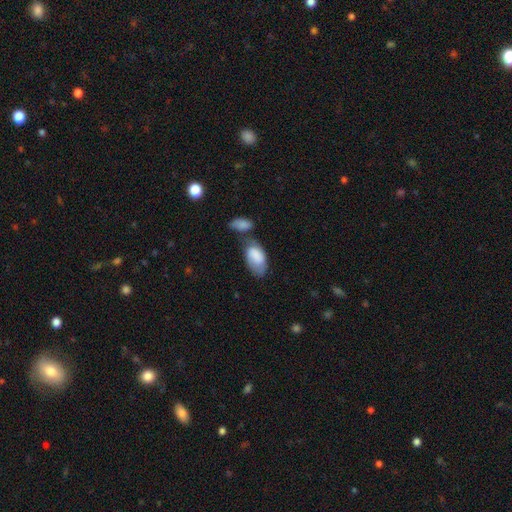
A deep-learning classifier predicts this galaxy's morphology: smooth 79%, featured or disk 15%, star or artifact 6%. Down the decision tree: how rounded — in between (94%); merging — merger (35%).